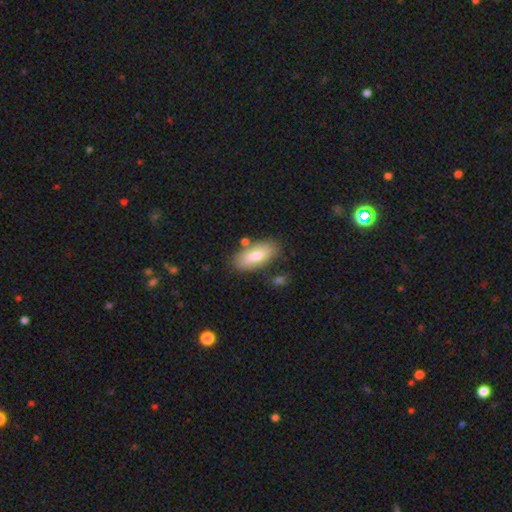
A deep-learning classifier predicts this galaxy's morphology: Smooth or featured? Predicted: smooth (p=0.78). How rounded? Predicted: in between (p=0.89). Merging? Predicted: none (p=0.75).